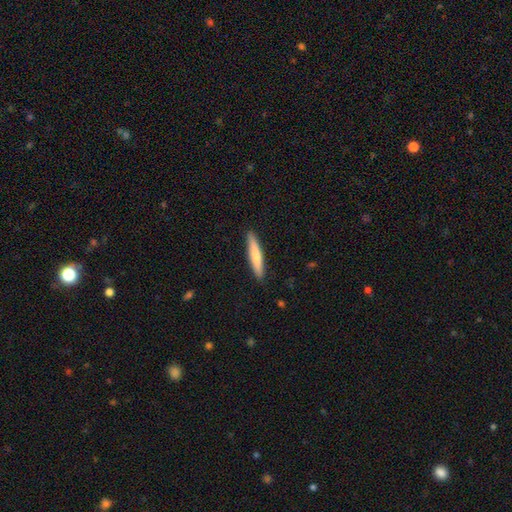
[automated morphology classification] Smooth or featured?
  - smooth: 72% *
  - featured or disk: 23%
  - star or artifact: 5%
How rounded?
  - cigar-shaped: 92% *
  - in between: 7%
  - round: 1%
Merging?
  - none: 90% *
  - minor disturbance: 7%
  - major disturbance: 1%
  - merger: 1%